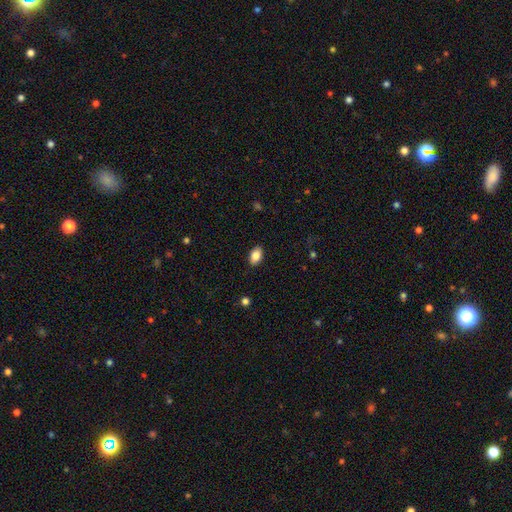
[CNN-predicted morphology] Overall: smooth (86%). How rounded: in between (89%). Merging: none (88%).